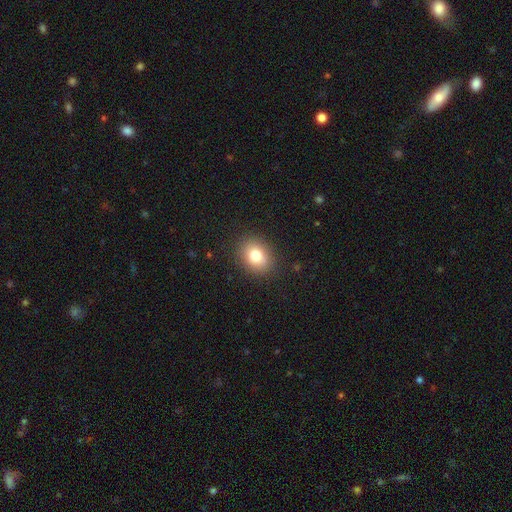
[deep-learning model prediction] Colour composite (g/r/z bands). It shows a smooth galaxy with no disk features (80%) that is in between round and cigar-shaped (50%). Merging: none (88%).